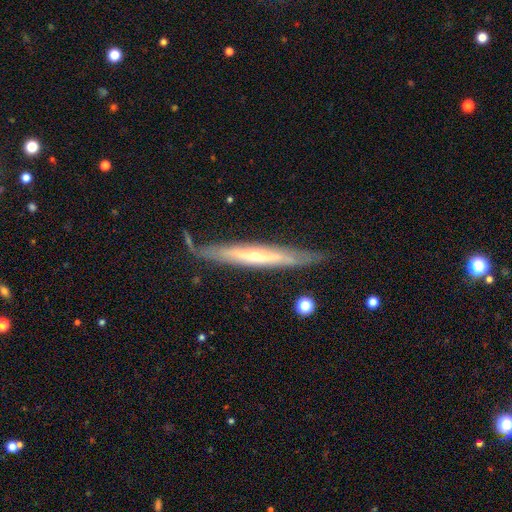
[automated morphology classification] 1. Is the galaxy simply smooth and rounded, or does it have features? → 72% featured or disk, 22% smooth, 6% star or artifact.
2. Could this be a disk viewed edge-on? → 85% yes, 15% no.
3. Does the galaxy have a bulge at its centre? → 66% rounded, 31% none, 3% boxy.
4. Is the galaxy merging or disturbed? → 77% none, 17% minor disturbance, 4% major disturbance, 3% merger.